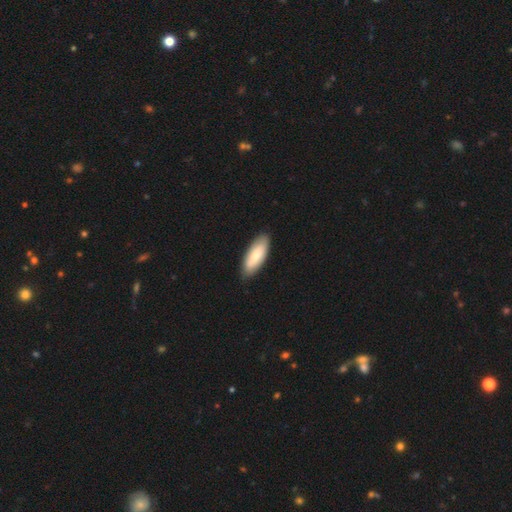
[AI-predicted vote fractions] Overall: smooth (76%). How rounded: in between (76%). Merging: none (85%).